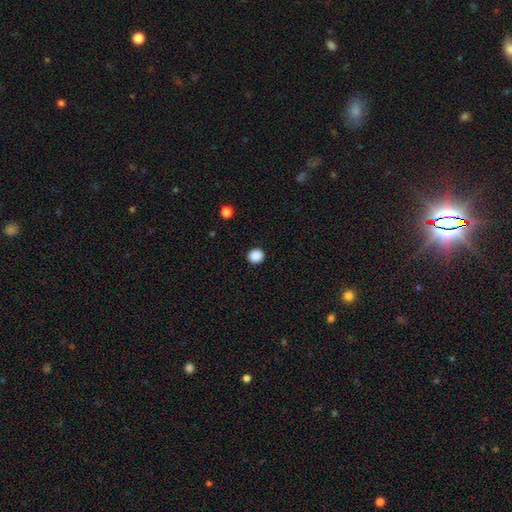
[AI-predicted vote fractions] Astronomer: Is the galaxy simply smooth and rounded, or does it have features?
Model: smooth — 88%.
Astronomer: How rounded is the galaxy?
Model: round — 89%.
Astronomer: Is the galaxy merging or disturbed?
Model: none — 92%.